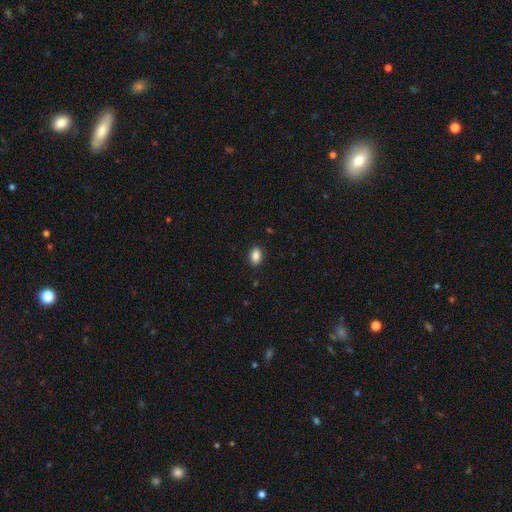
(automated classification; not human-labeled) A smooth galaxy with no disk features (87%) that is in between round and cigar-shaped (82%).

Vote fractions:
- Smooth or featured? smooth: 87% / star or artifact: 9% / featured or disk: 4%
- How rounded? in between: 82% / round: 16% / cigar-shaped: 1%
- Merging? none: 89% / minor disturbance: 8% / major disturbance: 2% / merger: 1%